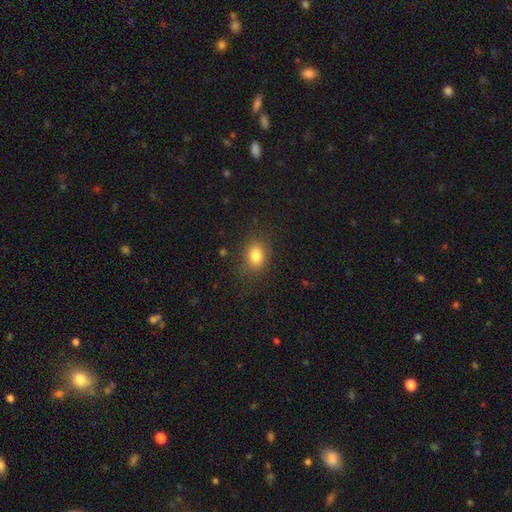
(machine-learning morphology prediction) smooth 80%, star or artifact 11%, featured or disk 8%. Down the decision tree: how rounded — in between (54%); merging — none (80%).